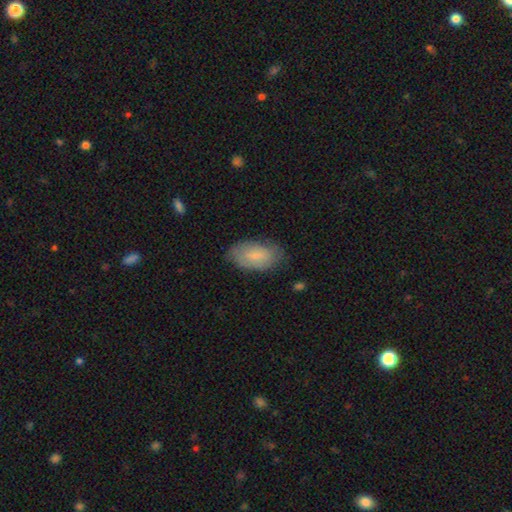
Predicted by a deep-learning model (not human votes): Smooth or featured: smooth — 72% (featured or disk — 22%)
How rounded: in between — 93% (round — 4%)
Merging: none — 74% (minor disturbance — 20%)